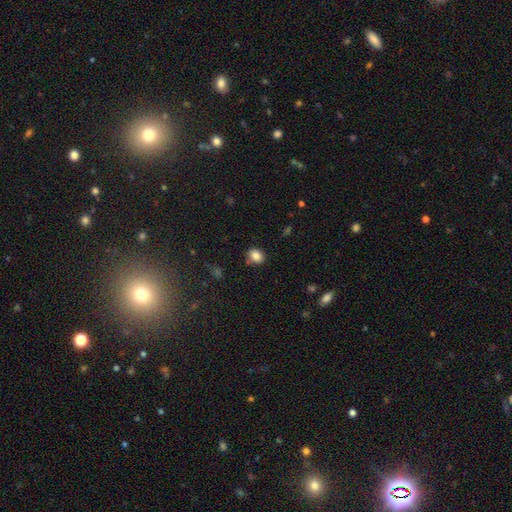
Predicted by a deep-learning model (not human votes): Morphology: type=smooth (85%); roundness=in between (54%); merging=none (79%).